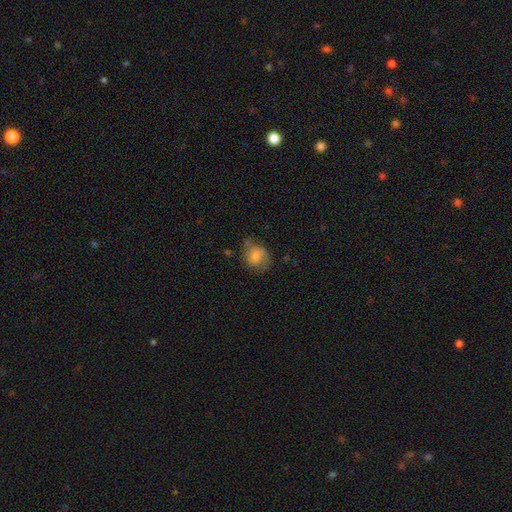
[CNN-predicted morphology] Smooth or featured? Predicted: smooth (p=0.57). How rounded? Predicted: round (p=0.65). Merging? Predicted: none (p=0.52).